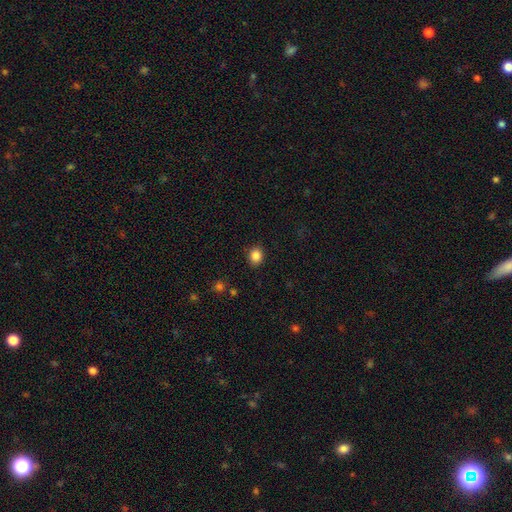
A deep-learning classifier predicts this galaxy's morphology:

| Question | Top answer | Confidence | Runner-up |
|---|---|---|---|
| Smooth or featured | smooth | 86% | star or artifact (10%) |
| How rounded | round | 62% | in between (37%) |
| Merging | none | 88% | minor disturbance (8%) |